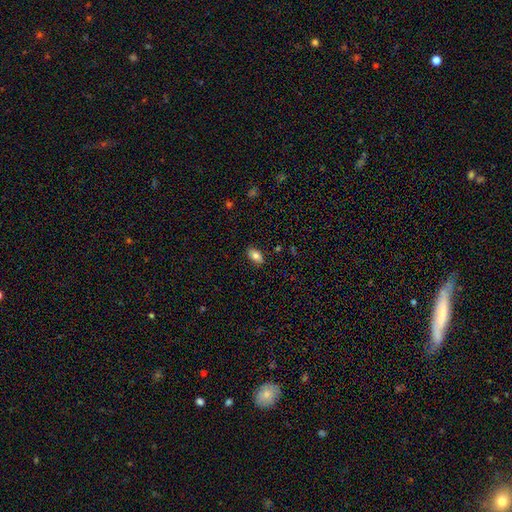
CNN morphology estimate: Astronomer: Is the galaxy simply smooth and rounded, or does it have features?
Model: smooth — 81%.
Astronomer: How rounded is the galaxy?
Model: in between — 91%.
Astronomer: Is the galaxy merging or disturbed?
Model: none — 87%.